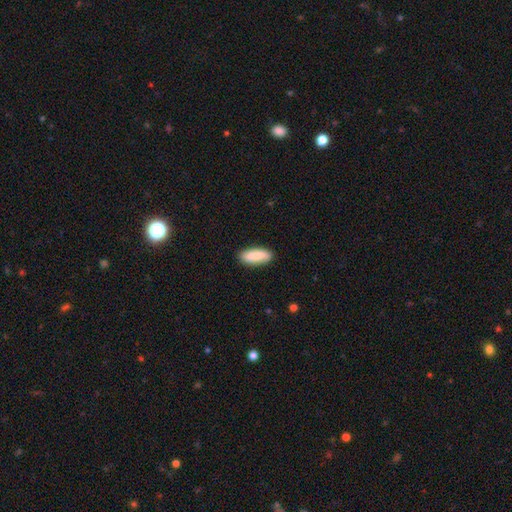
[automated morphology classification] Smooth or featured: smooth — 87% (featured or disk — 8%)
How rounded: in between — 64% (cigar-shaped — 34%)
Merging: none — 87% (minor disturbance — 9%)